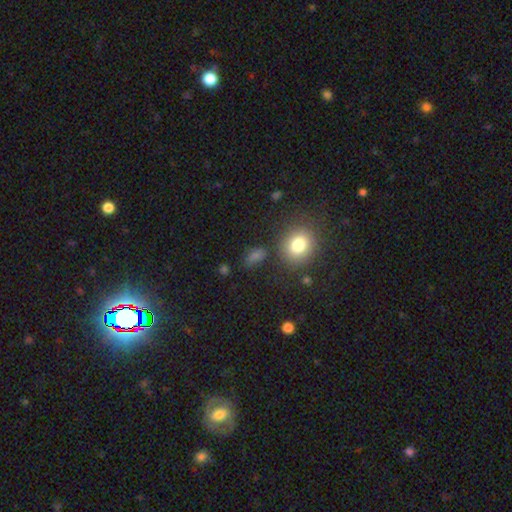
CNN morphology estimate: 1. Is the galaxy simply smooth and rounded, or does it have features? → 71% smooth, 21% star or artifact, 8% featured or disk.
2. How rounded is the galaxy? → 51% in between, 45% round, 4% cigar-shaped.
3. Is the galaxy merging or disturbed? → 78% none, 12% minor disturbance, 5% merger, 5% major disturbance.